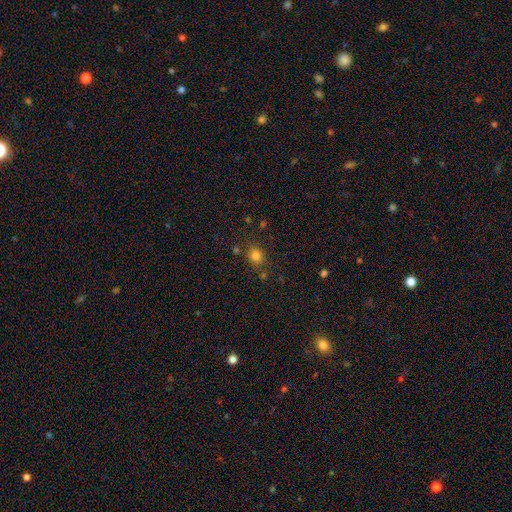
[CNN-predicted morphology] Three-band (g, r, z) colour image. It shows a smooth galaxy with no disk features (80%) that is round (72%). Merging: none (79%).